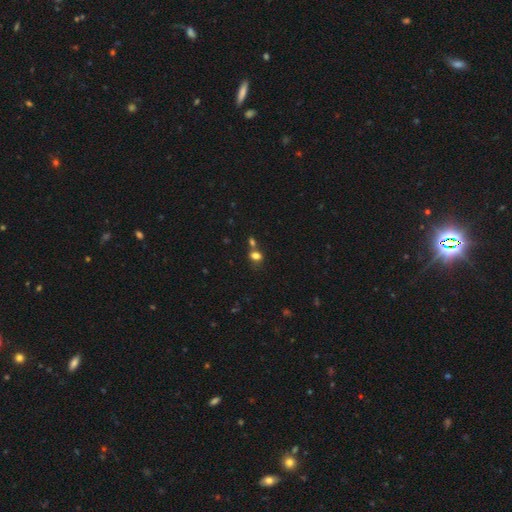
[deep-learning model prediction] The model was most divided on "merging": none: 48%, merger: 34%, minor disturbance: 13%, major disturbance: 6%. More confident: smooth or featured — smooth (77%); how rounded — in between (60%).